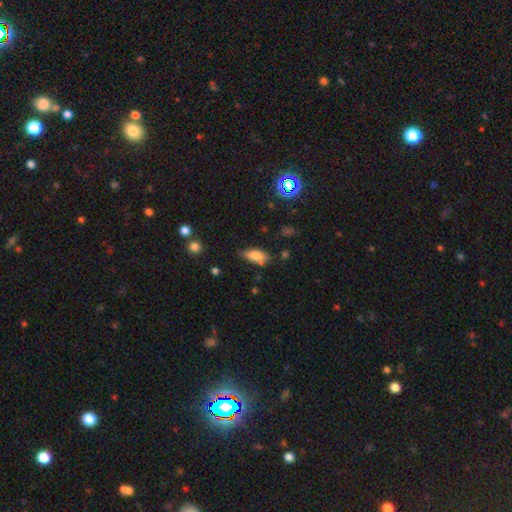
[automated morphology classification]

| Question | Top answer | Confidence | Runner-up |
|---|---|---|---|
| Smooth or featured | smooth | 79% | featured or disk (12%) |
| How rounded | in between | 80% | cigar-shaped (17%) |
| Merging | none | 68% | minor disturbance (23%) |